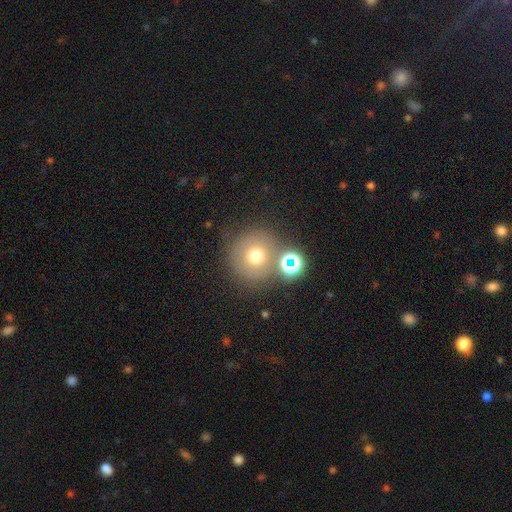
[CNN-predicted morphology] smooth_or_featured: smooth (p=0.66) [alt: star or artifact p=0.18]
how_rounded: round (p=0.93) [alt: in between p=0.06]
merging: none (p=0.72) [alt: merger p=0.12]